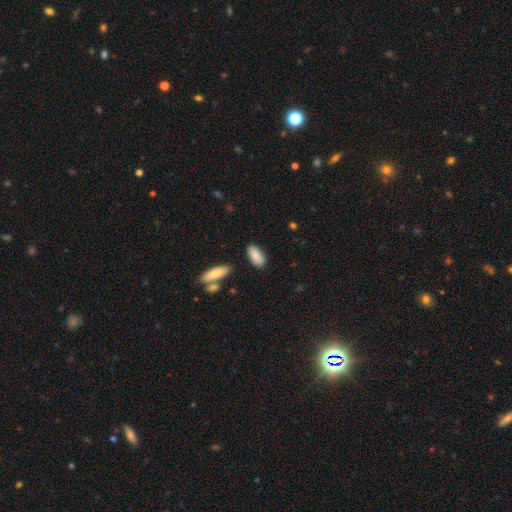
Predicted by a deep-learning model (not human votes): This appears to be a smooth galaxy with no disk features (81%) that is in between round and cigar-shaped (89%). Merging: none (79%).